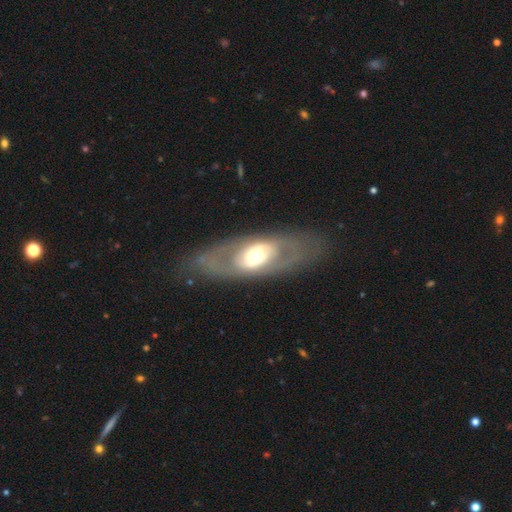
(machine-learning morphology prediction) Smooth or featured?
  - featured or disk: 65% *
  - smooth: 29%
  - star or artifact: 6%
Edge-on disk?
  - no: 84% *
  - yes: 16%
Bar?
  - no: 49% *
  - weak: 28%
  - strong: 23%
Spiral arms?
  - no: 72% *
  - yes: 28%
Bulge size?
  - moderate: 58% *
  - large: 29%
  - small: 9%
  - dominant: 3%
  - none: 1%
Merging?
  - none: 75% *
  - minor disturbance: 13%
  - major disturbance: 10%
  - merger: 1%